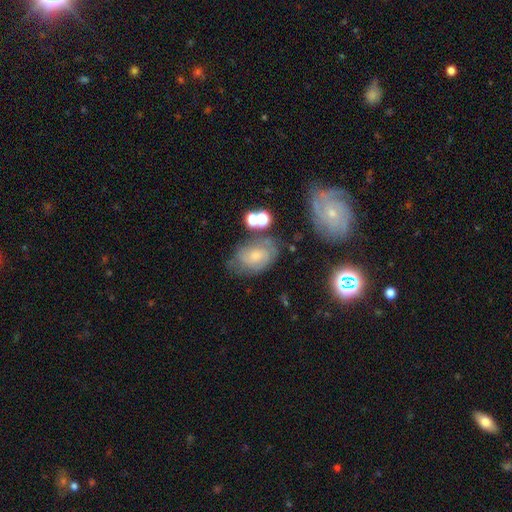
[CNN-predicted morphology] Smooth or featured: featured or disk — 53% (smooth — 35%)
Edge-on disk: no — 95% (yes — 5%)
Bar: no — 69% (weak — 26%)
Spiral arms: yes — 80% (no — 20%)
Bulge size: small — 52% (moderate — 36%)
Merging: none — 57% (minor disturbance — 24%)